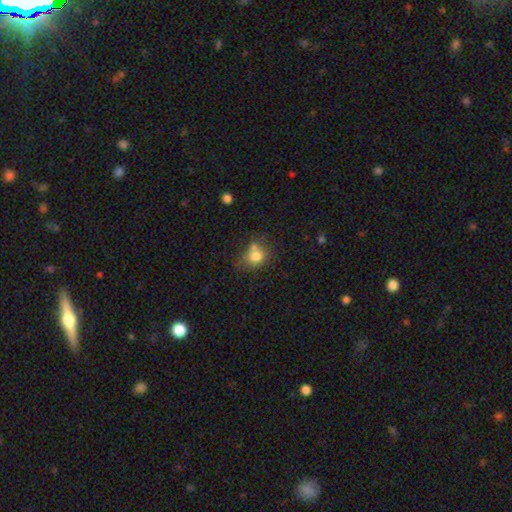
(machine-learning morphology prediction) Smooth or featured?
  - smooth: 78% *
  - star or artifact: 11%
  - featured or disk: 11%
How rounded?
  - round: 64% *
  - in between: 35%
  - cigar-shaped: 1%
Merging?
  - none: 49% *
  - merger: 23%
  - minor disturbance: 20%
  - major disturbance: 7%